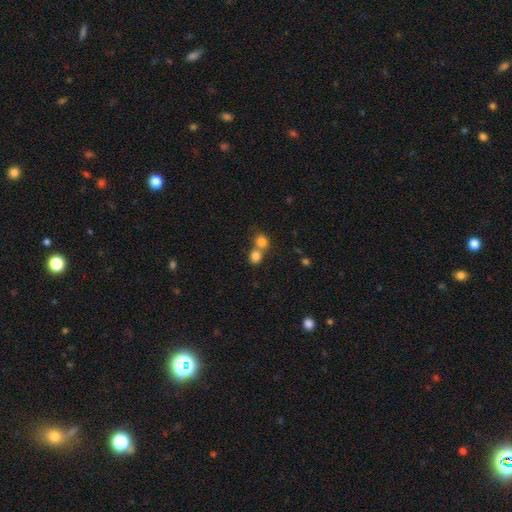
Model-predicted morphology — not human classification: Q: Smooth or featured?
A: smooth (81%); runner-up: star or artifact (11%)
Q: How rounded?
A: round (71%); runner-up: in between (28%)
Q: Merging?
A: merger (56%); runner-up: none (36%)